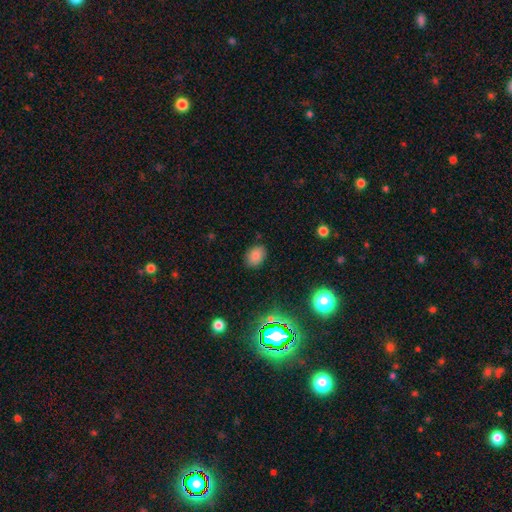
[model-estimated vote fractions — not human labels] smooth 80%, star or artifact 14%, featured or disk 6%. Down the decision tree: how rounded — in between (70%); merging — none (84%).